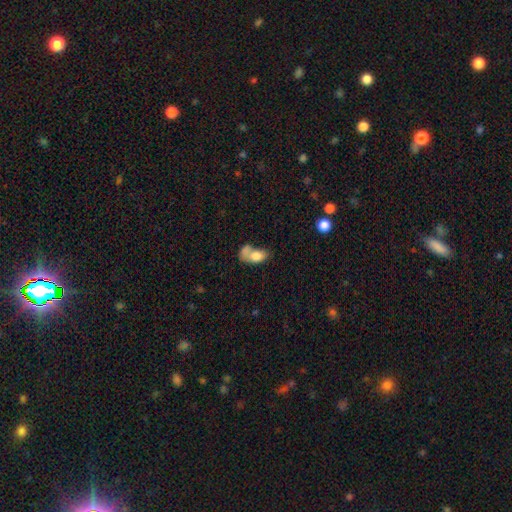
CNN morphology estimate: smooth_or_featured: smooth (p=0.76) [alt: featured or disk p=0.16]
how_rounded: in between (p=0.85) [alt: round p=0.12]
merging: merger (p=0.53) [alt: none p=0.20]